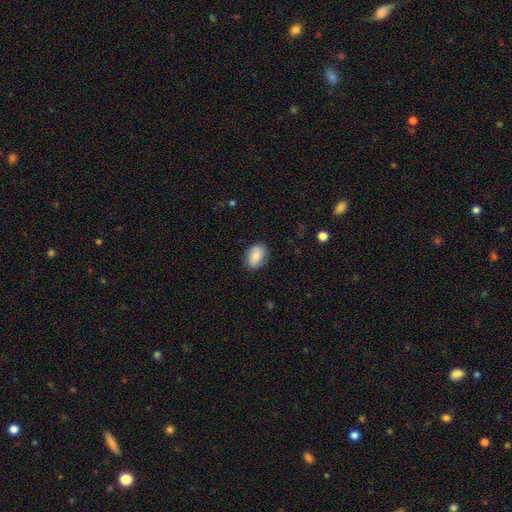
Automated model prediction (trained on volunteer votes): Overall: smooth (82%). How rounded: in between (83%). Merging: none (85%).